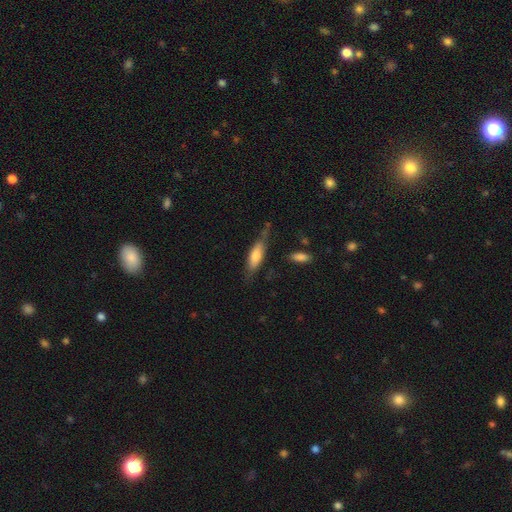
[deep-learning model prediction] A smooth galaxy with no disk features (66%) that is cigar-shaped (49%, tied with in between).

Vote fractions:
- Smooth or featured? smooth: 66% / featured or disk: 28% / star or artifact: 6%
- How rounded? cigar-shaped: 49% (tied) / in between: 49% (tied) / round: 2%
- Merging? none: 62% / minor disturbance: 25% / major disturbance: 8% / merger: 5%